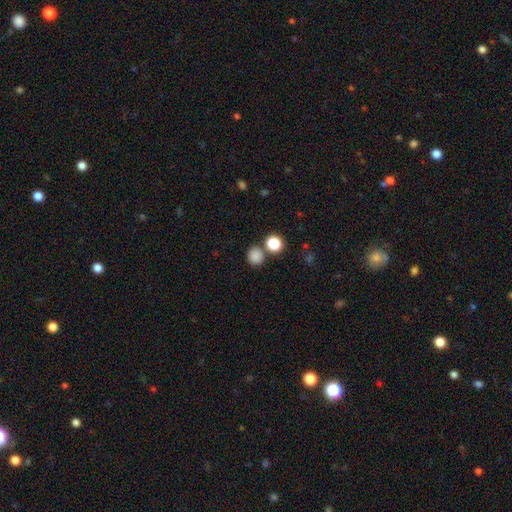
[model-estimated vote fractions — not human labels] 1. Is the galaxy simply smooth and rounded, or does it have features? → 83% smooth, 13% star or artifact, 4% featured or disk.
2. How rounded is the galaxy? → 89% round, 10% in between, 1% cigar-shaped.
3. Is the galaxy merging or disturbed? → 76% none, 13% merger, 8% minor disturbance, 3% major disturbance.